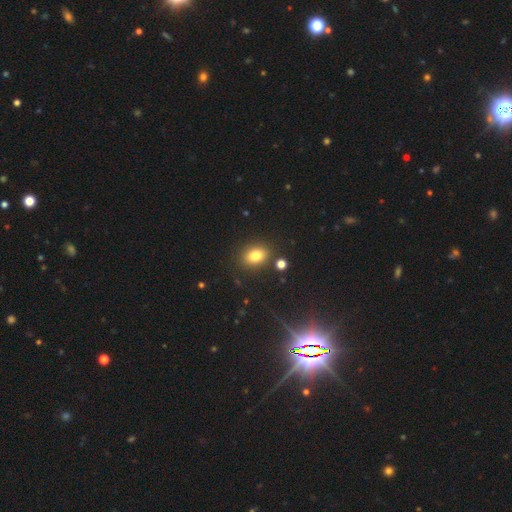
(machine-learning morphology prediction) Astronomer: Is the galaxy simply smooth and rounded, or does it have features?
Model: smooth — 80%.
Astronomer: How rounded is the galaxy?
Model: in between — 63%.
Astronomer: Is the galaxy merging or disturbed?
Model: none — 83%.